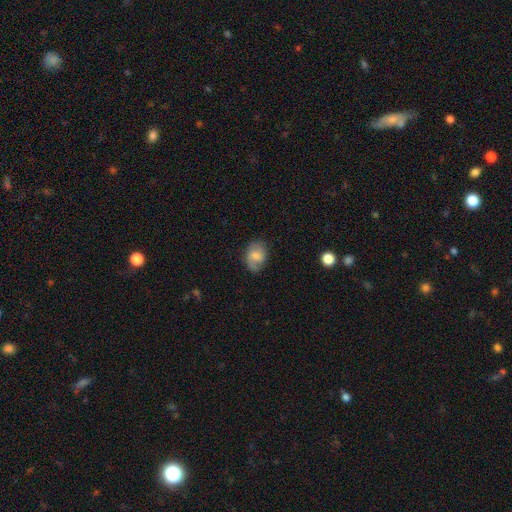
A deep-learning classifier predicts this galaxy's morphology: Q: Smooth or featured?
A: smooth (54%); runner-up: featured or disk (38%)
Q: How rounded?
A: in between (70%); runner-up: round (29%)
Q: Merging?
A: none (70%); runner-up: minor disturbance (22%)